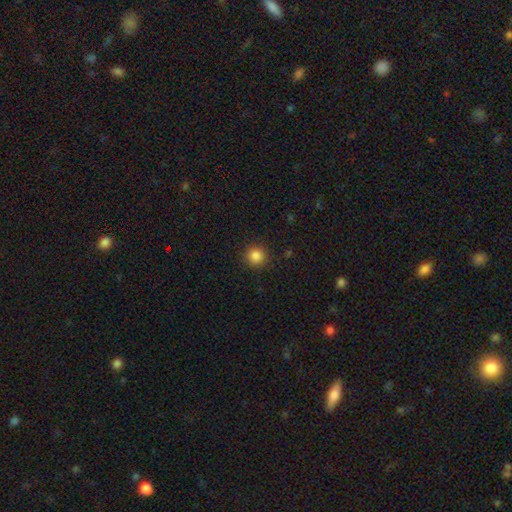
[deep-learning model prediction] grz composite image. It shows a smooth galaxy with no disk features (85%) that is round (94%). Merging: none (91%).